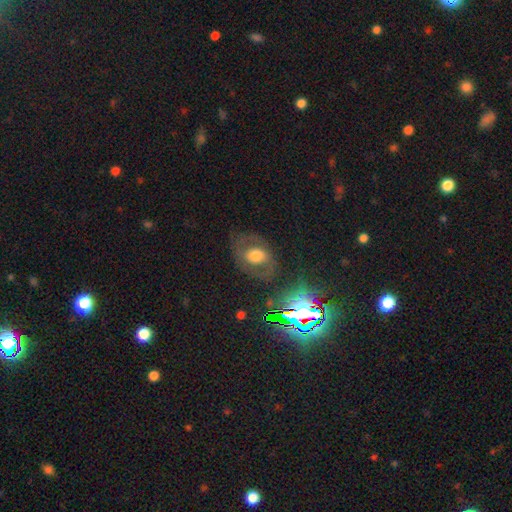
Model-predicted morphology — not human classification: Smooth or featured?
  - featured or disk: 50% *
  - smooth: 36%
  - star or artifact: 14%
Merging?
  - none: 71% *
  - minor disturbance: 15%
  - major disturbance: 12%
  - merger: 2%